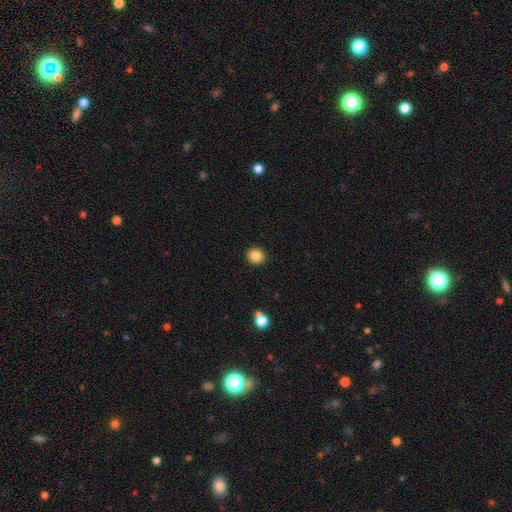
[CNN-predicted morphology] Smooth or featured? smooth (85%)
How rounded? round (90%)
Merging? none (92%)